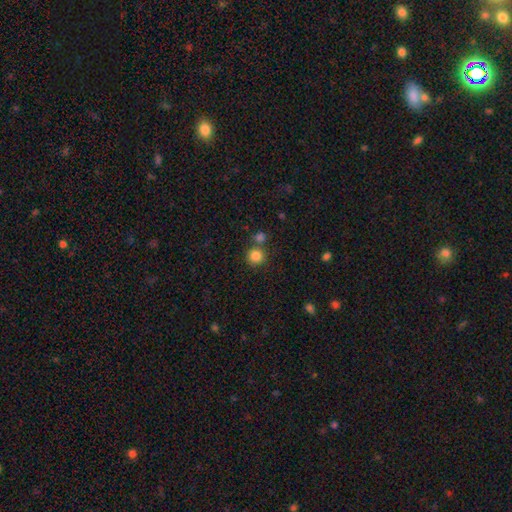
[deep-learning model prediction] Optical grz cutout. It shows a smooth galaxy with no disk features (84%) that is round (93%). Merging: none (71%).